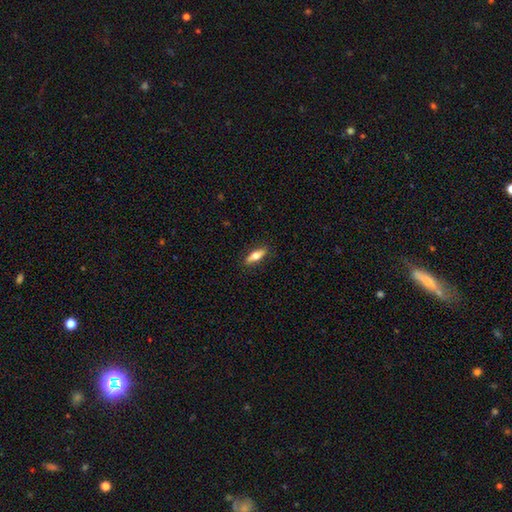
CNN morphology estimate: Q: Smooth or featured?
A: smooth (58%); runner-up: featured or disk (36%)
Q: How rounded?
A: in between (52%); runner-up: cigar-shaped (45%)
Q: Merging?
A: none (87%); runner-up: minor disturbance (10%)